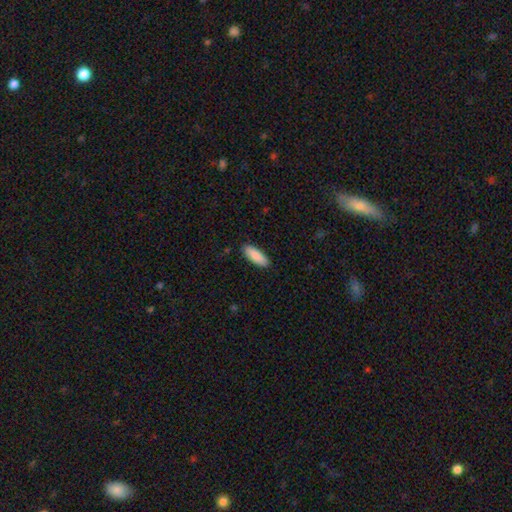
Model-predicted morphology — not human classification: Q: Smooth or featured?
A: smooth (90%); runner-up: star or artifact (6%)
Q: How rounded?
A: in between (65%); runner-up: cigar-shaped (34%)
Q: Merging?
A: none (89%); runner-up: minor disturbance (8%)